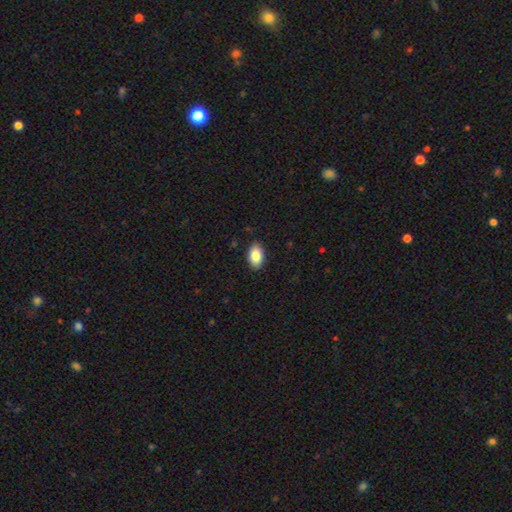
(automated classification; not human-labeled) smooth_or_featured: smooth (p=0.86) [alt: featured or disk p=0.07]
how_rounded: in between (p=0.93) [alt: round p=0.06]
merging: none (p=0.89) [alt: minor disturbance p=0.09]